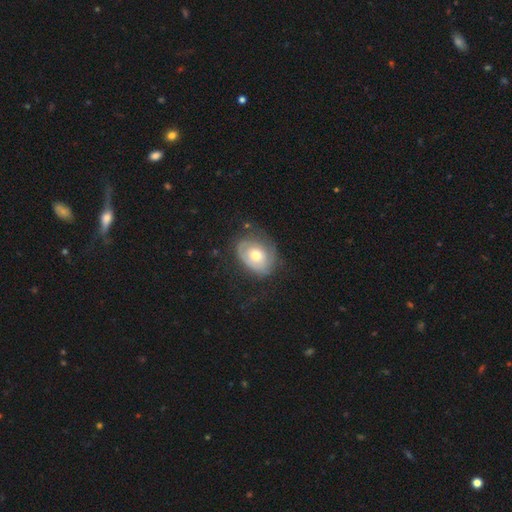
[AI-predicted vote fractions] smooth-or-featured: featured or disk: 50% | smooth: 43% | star or artifact: 7%
  merging: none: 56% | minor disturbance: 27% | major disturbance: 15% | merger: 2%